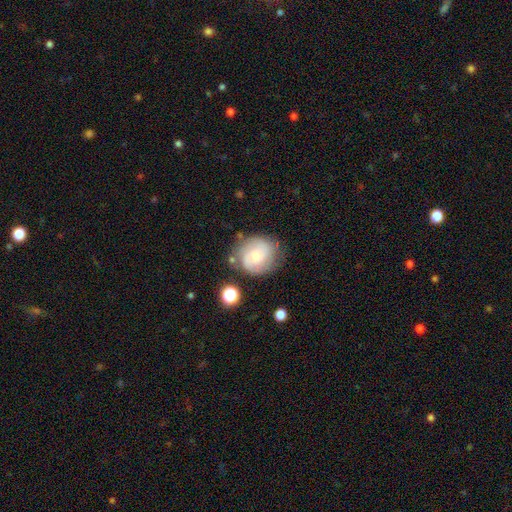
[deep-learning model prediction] Morphology: type=featured or disk (57%); edge-on=no (97%); bar=no (65%); spiral arms=yes (84%); bulge=small (52%); merging=none (67%).